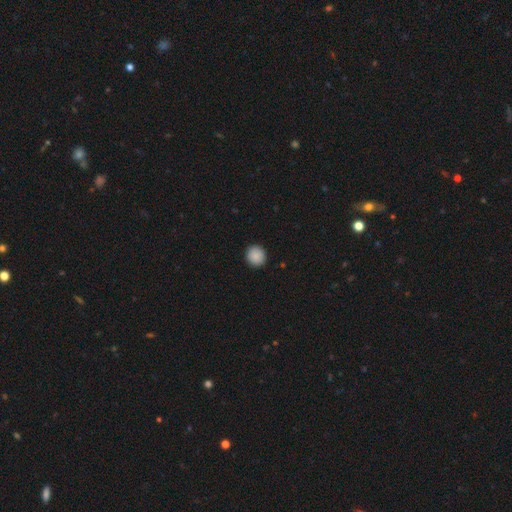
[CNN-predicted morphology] type=smooth (88%); roundness=round (92%); merging=none (92%).